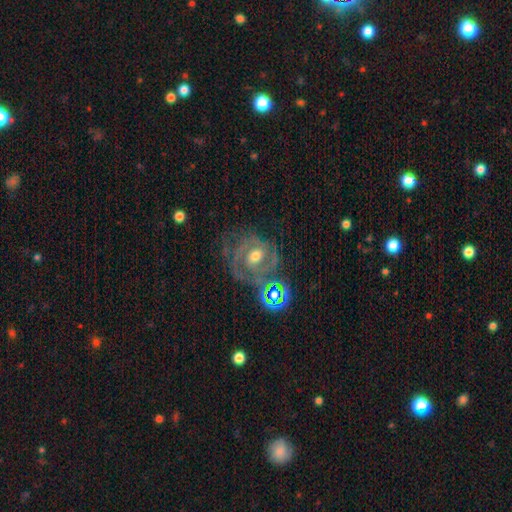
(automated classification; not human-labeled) A featured or disk galaxy (79%) with no bar (46%), 2 (40%) tight (55%) spiral arms (91%) and a moderate central bulge (71%). Merging: none (53%).